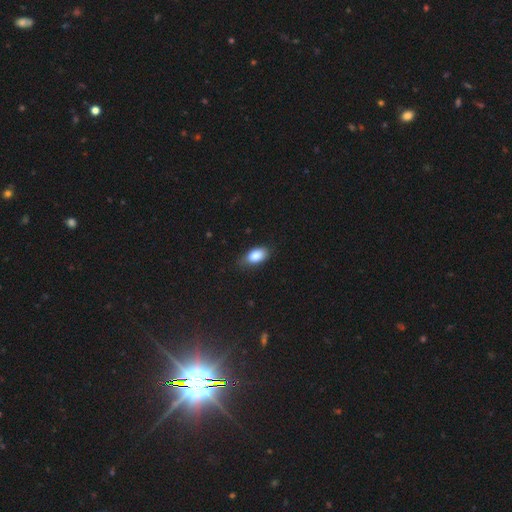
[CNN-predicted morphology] Smooth or featured? smooth (86%)
How rounded? in between (90%)
Merging? none (75%)